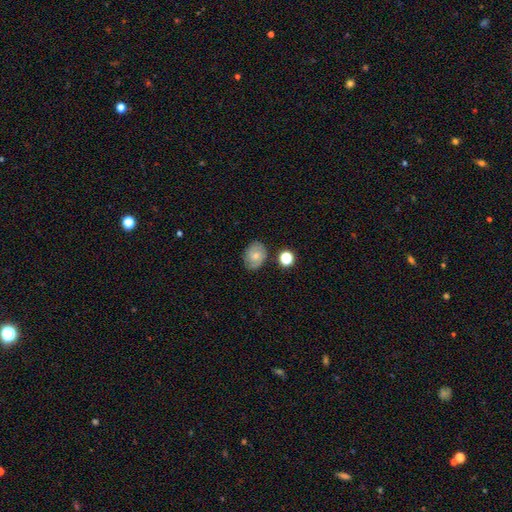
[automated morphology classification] A smooth galaxy with no disk features (54%) that is round (50%).

Vote fractions:
- Smooth or featured? smooth: 54% / featured or disk: 35% / star or artifact: 10%
- How rounded? round: 50% / in between: 49% / cigar-shaped: 1%
- Merging? none: 74% / minor disturbance: 18% / major disturbance: 4% / merger: 4%